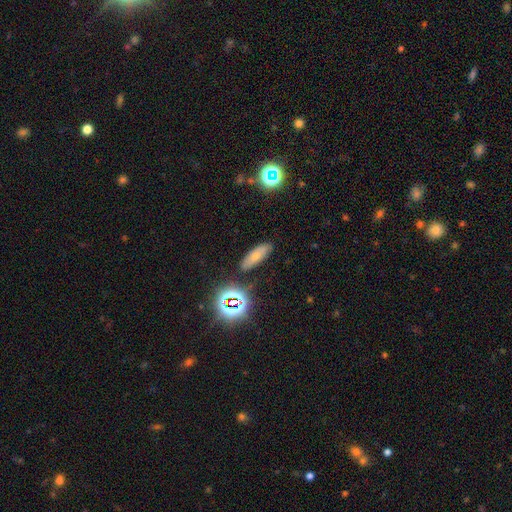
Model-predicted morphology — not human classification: A smooth galaxy with no disk features (64%) that is in between round and cigar-shaped (61%).

Vote fractions:
- Smooth or featured? smooth: 64% / featured or disk: 18% / star or artifact: 18%
- How rounded? in between: 61% / cigar-shaped: 34% / round: 5%
- Merging? none: 82% / minor disturbance: 11% / major disturbance: 3% / merger: 3%